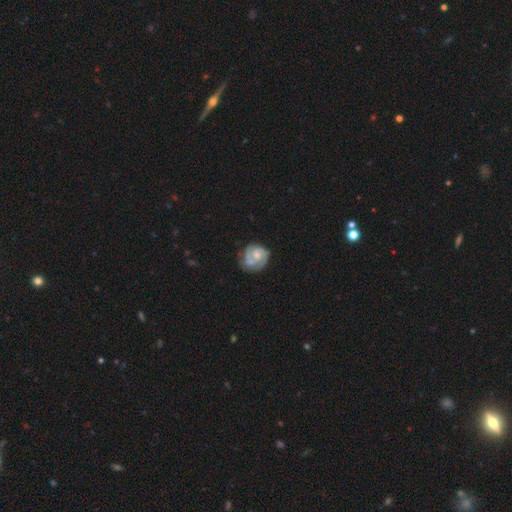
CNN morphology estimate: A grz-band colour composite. It shows a featured or disk galaxy (71%) with no bar (68%), 2 (47%) tight (52%) spiral arms (89%) and a moderate central bulge (48%). Merging: none (63%).